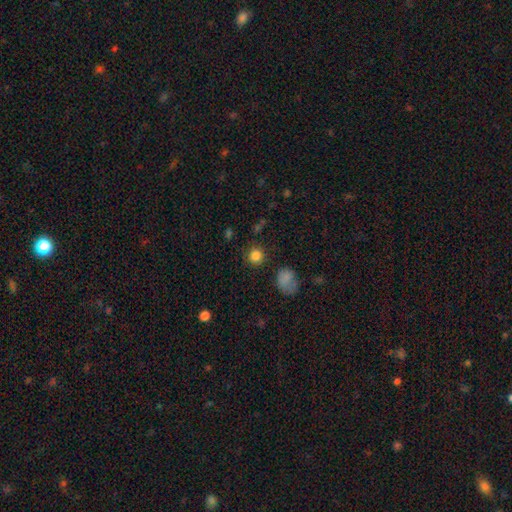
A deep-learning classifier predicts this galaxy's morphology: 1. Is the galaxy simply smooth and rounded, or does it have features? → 83% smooth, 12% star or artifact, 5% featured or disk.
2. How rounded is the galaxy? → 90% round, 9% in between, 1% cigar-shaped.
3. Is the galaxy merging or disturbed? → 85% none, 9% minor disturbance, 4% major disturbance, 3% merger.